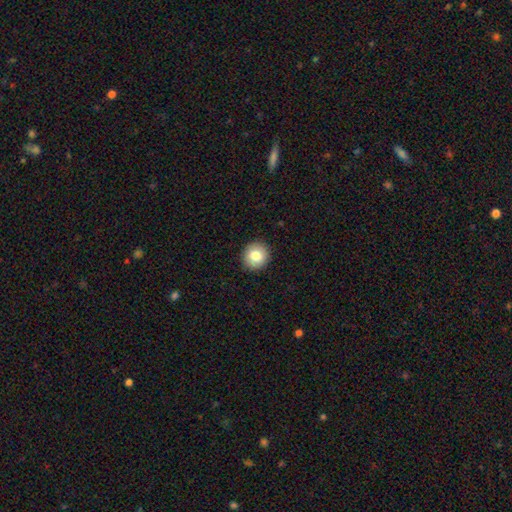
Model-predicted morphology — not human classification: The model was most divided on "smooth or featured": smooth: 81%, featured or disk: 10%, star or artifact: 9%. More confident: merging — none (92%); how rounded — round (89%).